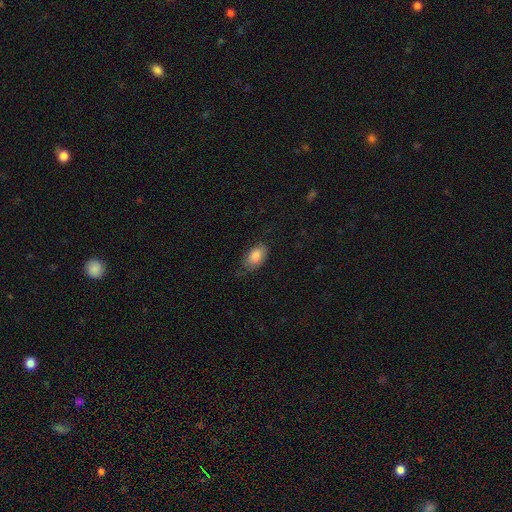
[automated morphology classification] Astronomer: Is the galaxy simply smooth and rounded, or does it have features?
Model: smooth — 86%.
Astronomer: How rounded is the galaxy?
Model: in between — 92%.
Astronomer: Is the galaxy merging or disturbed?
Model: none — 69%.